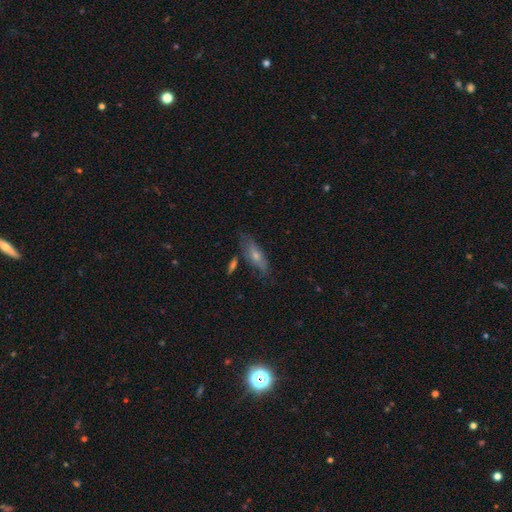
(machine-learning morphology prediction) smooth_or_featured: featured or disk (p=0.48) [alt: smooth p=0.40]
merging: none (p=0.73) [alt: minor disturbance p=0.17]